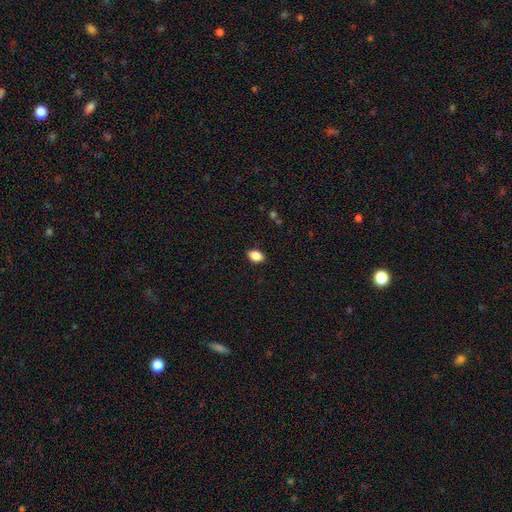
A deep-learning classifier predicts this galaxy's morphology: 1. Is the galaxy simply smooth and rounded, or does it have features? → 86% smooth, 9% star or artifact, 5% featured or disk.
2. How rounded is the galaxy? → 84% in between, 15% round, 2% cigar-shaped.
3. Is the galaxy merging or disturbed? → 88% none, 9% minor disturbance, 2% major disturbance, 1% merger.